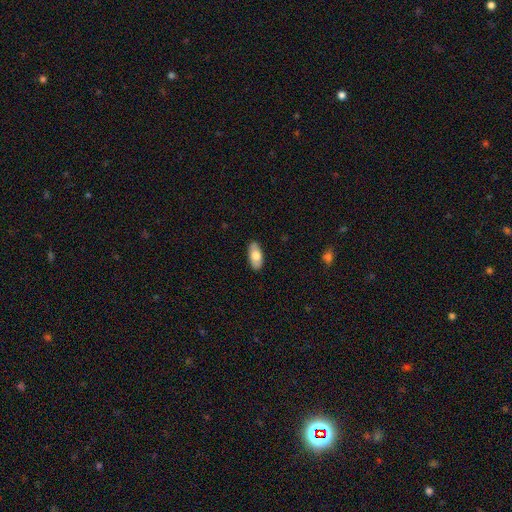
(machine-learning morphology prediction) This is likely a smooth galaxy (72%). How rounded: clearly in between (90%). Merging: clearly none (86%).